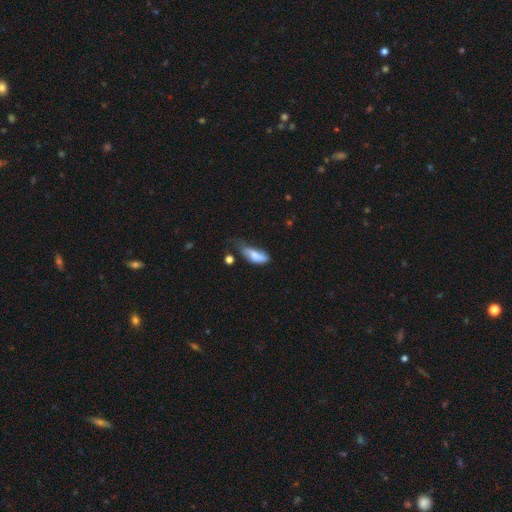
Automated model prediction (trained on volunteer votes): Smooth or featured? smooth (74%)
How rounded? in between (74%)
Merging? minor disturbance (40%)